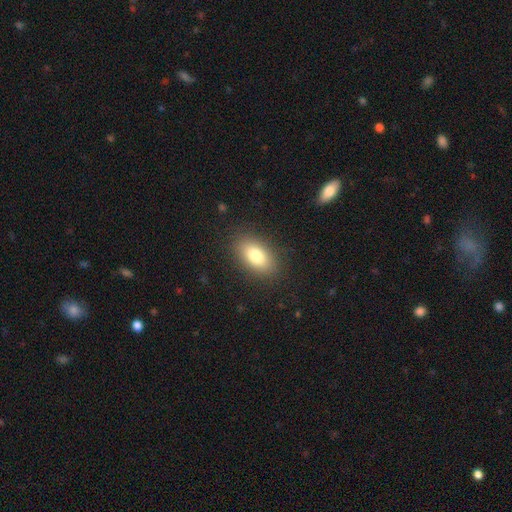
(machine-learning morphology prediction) type=smooth (80%); roundness=in between (90%); merging=none (87%).